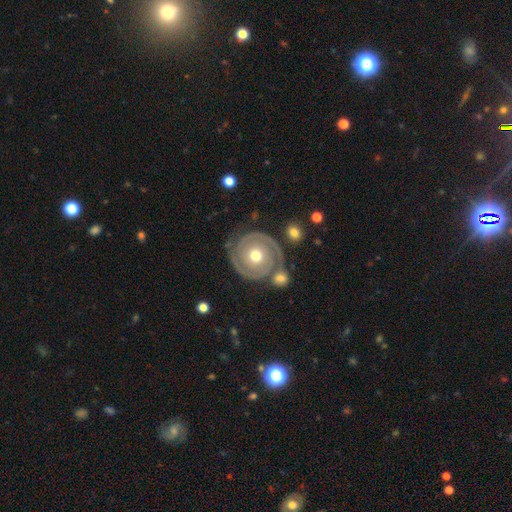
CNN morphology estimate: This is clearly a featured or disk galaxy (88%). It is clearly not viewed edge-on (98%). Bar: likely no (79%). Spiral arm pattern: clearly yes (96%). Spiral arm count: clearly 2 (86%). Spiral winding: likely tight (79%). Central bulge: likely moderate (77%). Merging: likely none (75%).